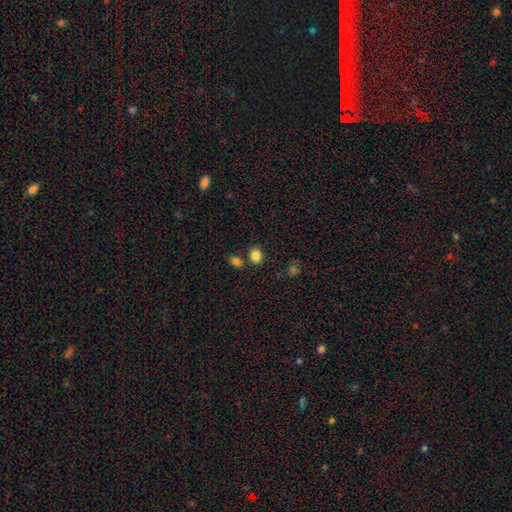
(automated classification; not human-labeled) A smooth galaxy with no disk features (85%) that is in between round and cigar-shaped (50%).

Vote fractions:
- Smooth or featured? smooth: 85% / star or artifact: 10% / featured or disk: 5%
- How rounded? in between: 50% / round: 49% / cigar-shaped: 1%
- Merging? none: 76% / merger: 12% / minor disturbance: 10% / major disturbance: 3%